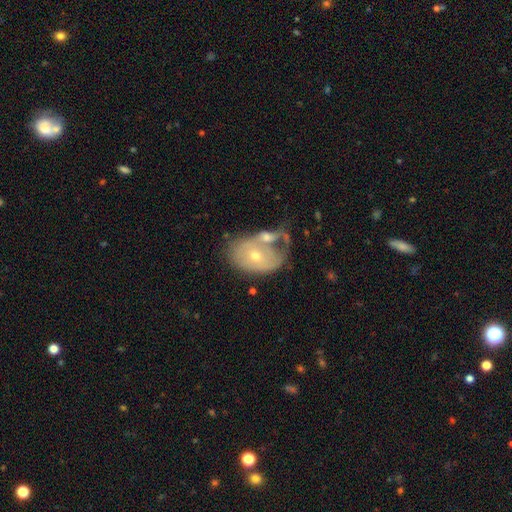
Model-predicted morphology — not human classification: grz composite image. It shows a featured or disk galaxy (54%) with no bar (85%), no spiral arms (65%) and a small central bulge (52%). Merging: merger (42%).